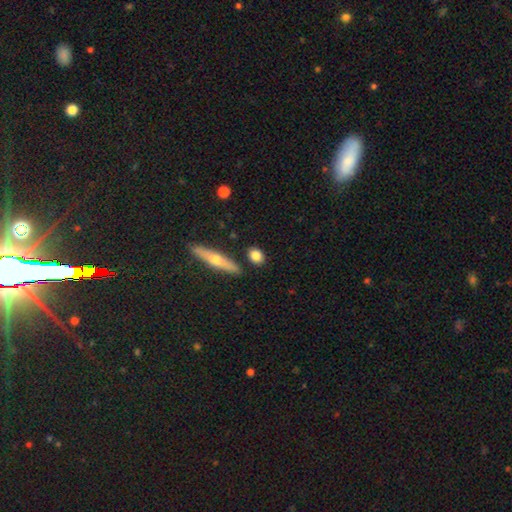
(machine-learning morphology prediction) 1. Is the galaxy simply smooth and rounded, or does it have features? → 81% smooth, 12% featured or disk, 7% star or artifact.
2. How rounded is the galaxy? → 50% round, 42% in between, 9% cigar-shaped.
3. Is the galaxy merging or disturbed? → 83% none, 10% minor disturbance, 5% merger, 2% major disturbance.